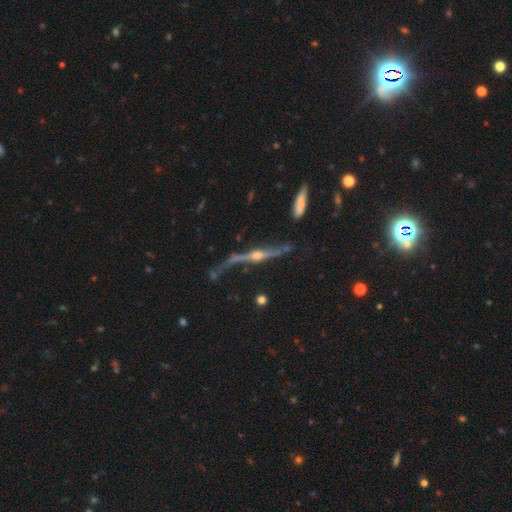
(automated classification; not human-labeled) Smooth or featured?
  - featured or disk: 84% *
  - star or artifact: 8%
  - smooth: 8%
Edge-on disk?
  - yes: 85% *
  - no: 15%
Edge-on bulge?
  - rounded: 91% *
  - none: 5%
  - boxy: 4%
Merging?
  - none: 52% *
  - minor disturbance: 24%
  - major disturbance: 17%
  - merger: 7%